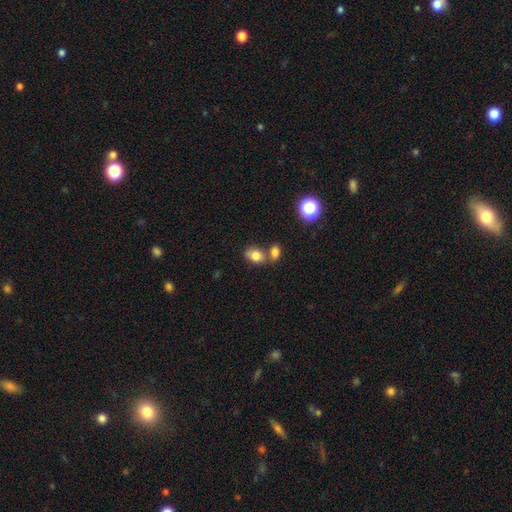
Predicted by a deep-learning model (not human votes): The model was most divided on "merging": none: 48%, merger: 36%, minor disturbance: 12%, major disturbance: 4%. More confident: smooth or featured — smooth (79%); how rounded — in between (65%).